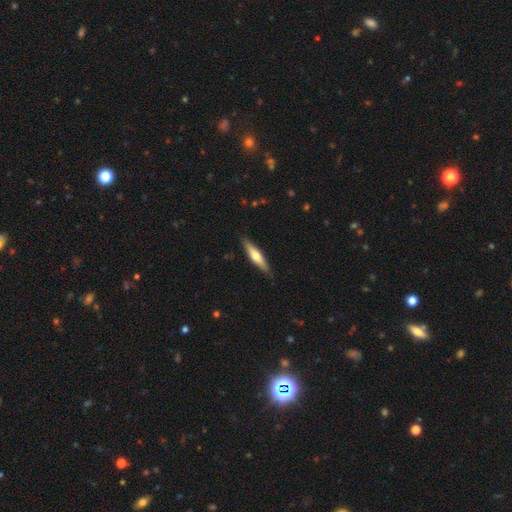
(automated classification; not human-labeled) Smooth or featured?
  - smooth: 50% *
  - featured or disk: 45%
  - star or artifact: 5%
How rounded?
  - cigar-shaped: 80% *
  - in between: 19%
  - round: 2%
Merging?
  - none: 86% *
  - minor disturbance: 11%
  - major disturbance: 2%
  - merger: 1%